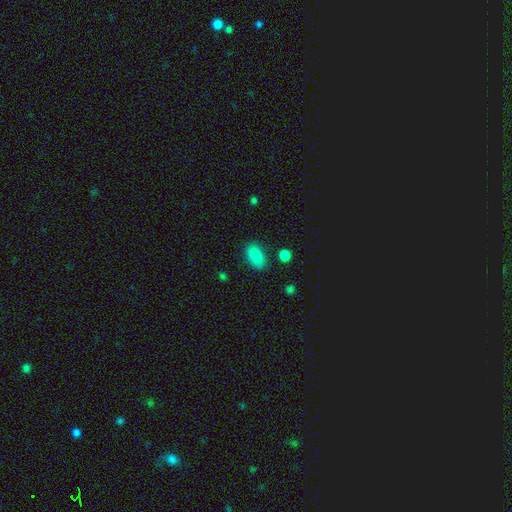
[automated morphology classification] Smooth or featured? smooth (88%)
How rounded? in between (91%)
Merging? none (83%)